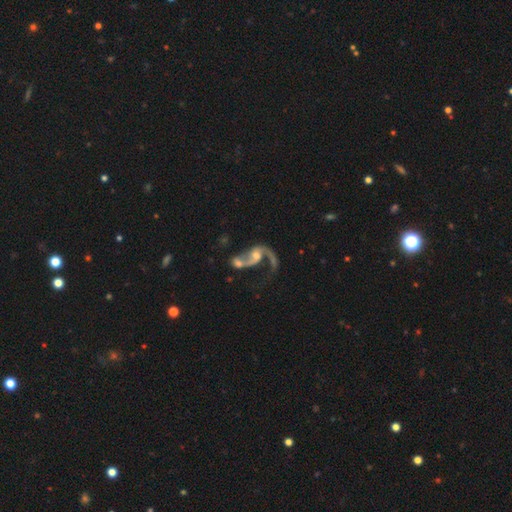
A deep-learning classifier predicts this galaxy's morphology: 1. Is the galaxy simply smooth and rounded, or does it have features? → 83% featured or disk, 10% smooth, 7% star or artifact.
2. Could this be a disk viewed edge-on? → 97% no, 3% yes.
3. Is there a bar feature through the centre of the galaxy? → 59% no, 30% weak, 11% strong.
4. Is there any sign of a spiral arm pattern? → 89% yes, 11% no.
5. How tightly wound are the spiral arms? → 77% loose, 19% medium, 4% tight.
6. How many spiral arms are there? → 72% 2, 21% 1, 3% can't tell, 1% 3, 1% 4, 1% more than 4.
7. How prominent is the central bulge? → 49% moderate, 33% small, 8% none, 8% large, 2% dominant.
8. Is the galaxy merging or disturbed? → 41% merger, 27% none, 21% major disturbance, 11% minor disturbance.